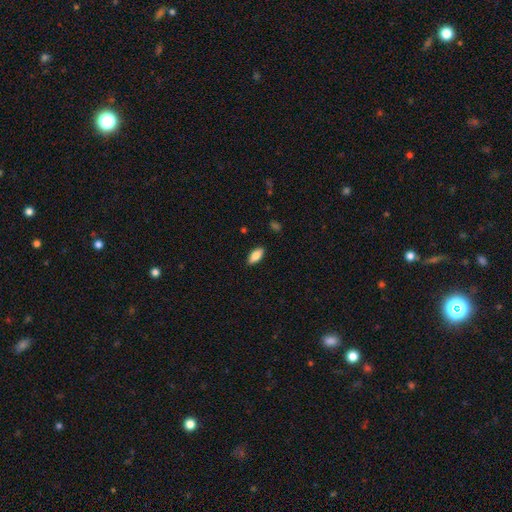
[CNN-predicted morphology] Overall: smooth (84%). How rounded: in between (88%). Merging: none (89%).